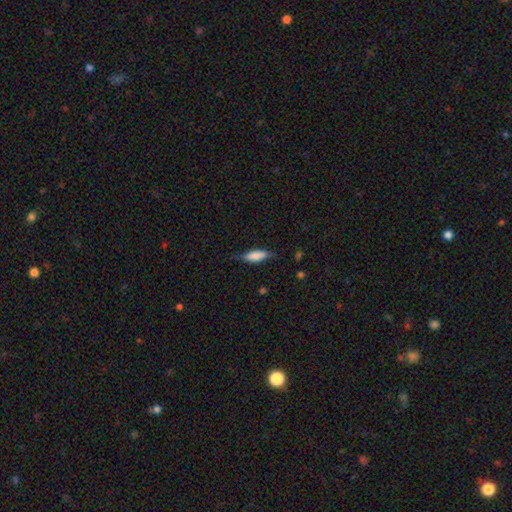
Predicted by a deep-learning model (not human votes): Overall: smooth (76%). How rounded: in between (54%; cigar-shaped 44%). Merging: none (69%).